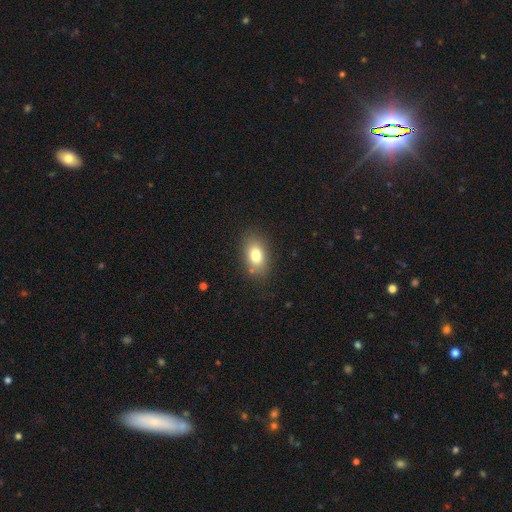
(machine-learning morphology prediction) smooth-or-featured: smooth: 77% | featured or disk: 12% | star or artifact: 11%
  how-rounded: in between: 84% | round: 14% | cigar-shaped: 2%
  merging: none: 83% | minor disturbance: 12% | major disturbance: 3% | merger: 2%